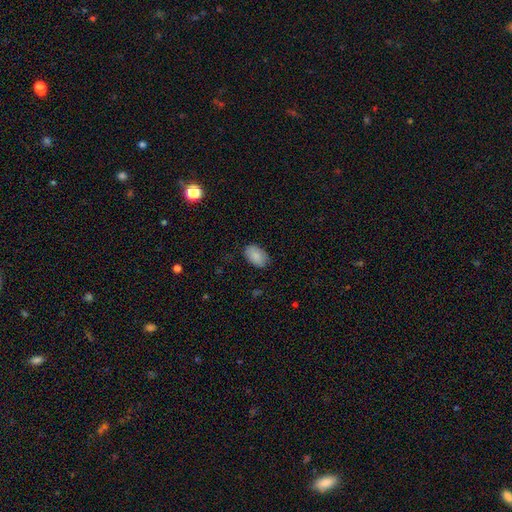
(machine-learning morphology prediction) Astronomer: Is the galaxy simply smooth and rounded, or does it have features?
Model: smooth — 88%.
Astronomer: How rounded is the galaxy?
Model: in between — 91%.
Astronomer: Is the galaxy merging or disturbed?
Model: none — 81%.